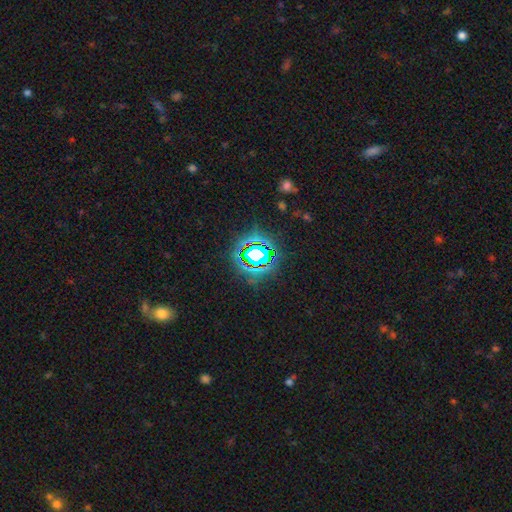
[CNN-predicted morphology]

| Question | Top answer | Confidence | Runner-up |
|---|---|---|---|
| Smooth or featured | star or artifact | 72% | smooth (16%) |